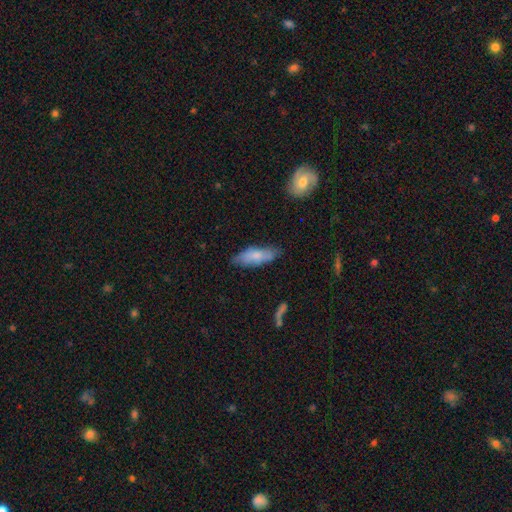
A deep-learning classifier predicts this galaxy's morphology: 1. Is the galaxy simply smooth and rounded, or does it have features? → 71% smooth, 23% featured or disk, 6% star or artifact.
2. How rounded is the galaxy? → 60% in between, 38% cigar-shaped, 2% round.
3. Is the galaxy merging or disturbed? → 71% none, 22% minor disturbance, 5% major disturbance, 2% merger.